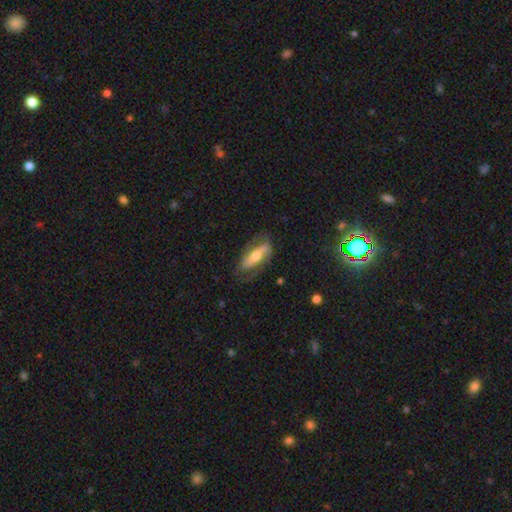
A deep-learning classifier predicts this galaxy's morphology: Smooth or featured?
  - featured or disk: 68% *
  - smooth: 26%
  - star or artifact: 6%
Edge-on disk?
  - no: 76% *
  - yes: 24%
Bar?
  - strong: 47% *
  - no: 29%
  - weak: 23%
Spiral arms?
  - yes: 82% *
  - no: 18%
Bulge size?
  - moderate: 60% *
  - small: 27%
  - large: 9%
  - none: 2%
  - dominant: 2%
Merging?
  - none: 70% *
  - minor disturbance: 19%
  - major disturbance: 10%
  - merger: 2%